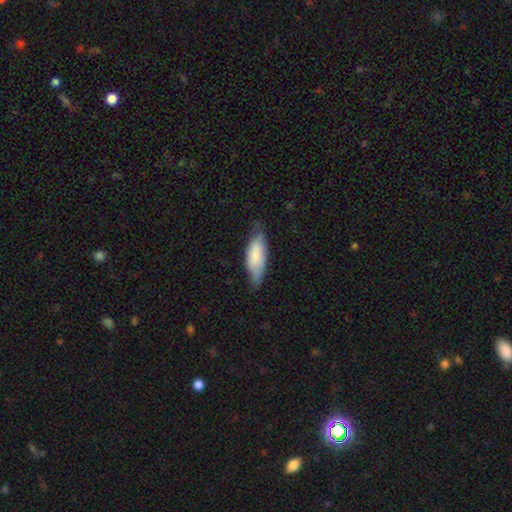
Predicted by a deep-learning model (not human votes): This is likely a smooth galaxy (75%). How rounded: likely in between (71%). Merging: possibly none (56%).